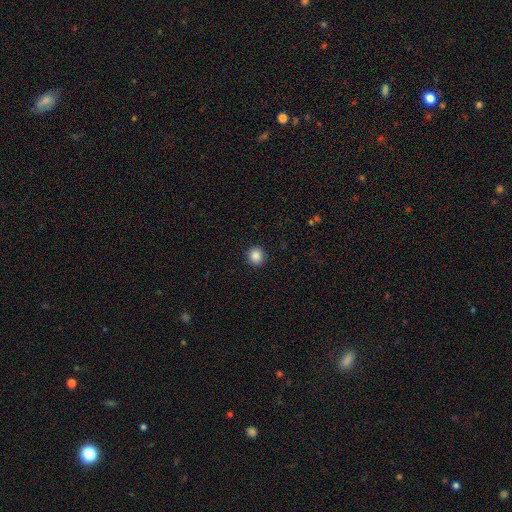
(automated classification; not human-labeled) Q: Smooth or featured?
A: smooth (87%); runner-up: star or artifact (10%)
Q: How rounded?
A: round (91%); runner-up: in between (8%)
Q: Merging?
A: none (92%); runner-up: minor disturbance (5%)